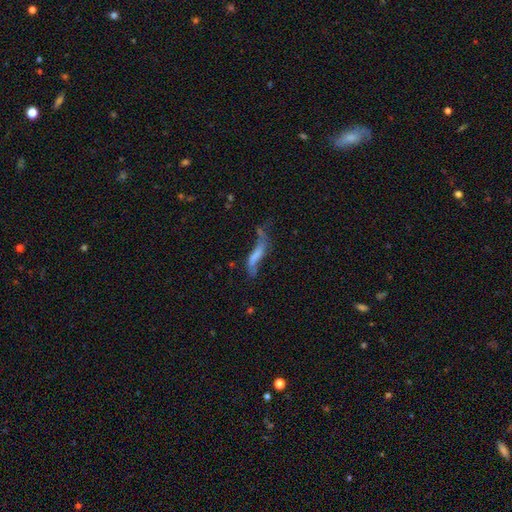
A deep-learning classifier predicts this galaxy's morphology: Smooth or featured? Predicted: smooth (p=0.47). Merging? Predicted: major disturbance (p=0.32).